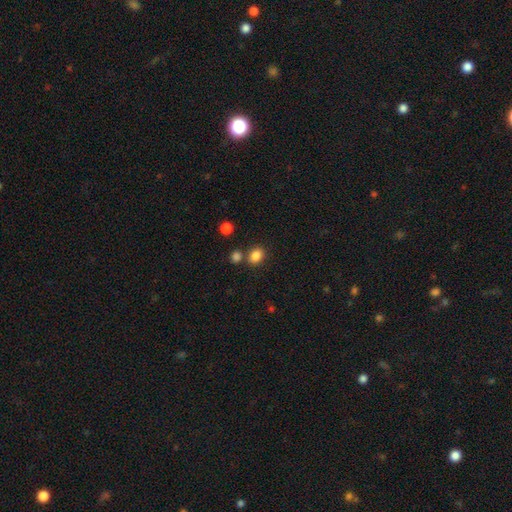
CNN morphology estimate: This appears to be a smooth galaxy with no disk features (85%) that is in between round and cigar-shaped (56%). Merging: none (72%).